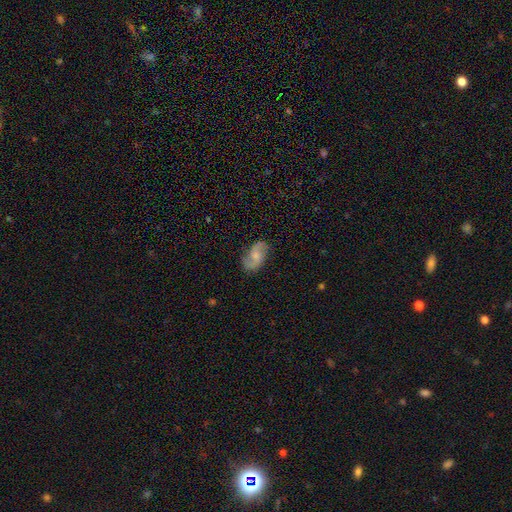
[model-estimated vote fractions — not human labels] featured or disk 72%, smooth 22%, star or artifact 6%. Down the decision tree: edge-on disk — no (97%); bar — no (56%); spiral arms — yes (93%); spiral arm count — 2 (90%); spiral winding — loose (46%); bulge size — small (45%); merging — none (79%).